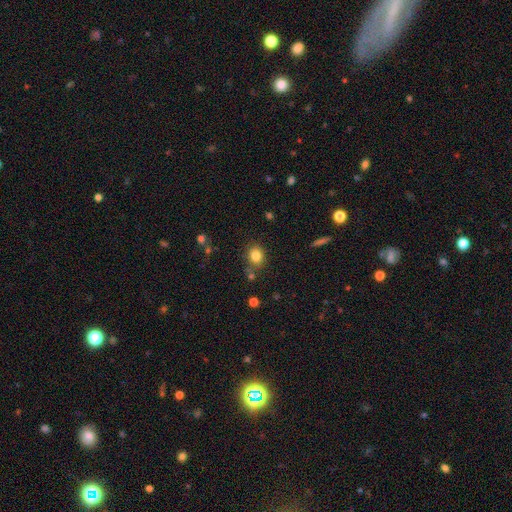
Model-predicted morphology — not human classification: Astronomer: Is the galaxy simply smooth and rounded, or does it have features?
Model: smooth — 82%.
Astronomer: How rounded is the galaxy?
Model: round — 65%.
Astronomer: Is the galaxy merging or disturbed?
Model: none — 77%.